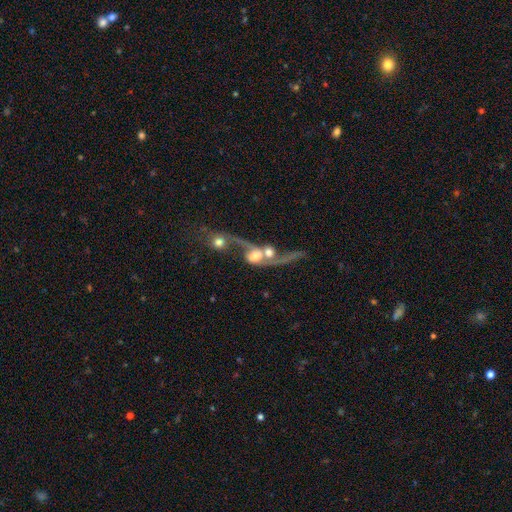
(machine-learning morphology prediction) smooth-or-featured: featured or disk: 63% | smooth: 27% | star or artifact: 10%
  disk-edge-on: no: 92% | yes: 8%
    bar: no: 63% | weak: 27% | strong: 10%
    has-spiral-arms: yes: 75% | no: 25%
    bulge-size: moderate: 45% | large: 25% | small: 17% | none: 7% | dominant: 6%
  merging: merger: 77% | major disturbance: 10% | none: 9% | minor disturbance: 4%